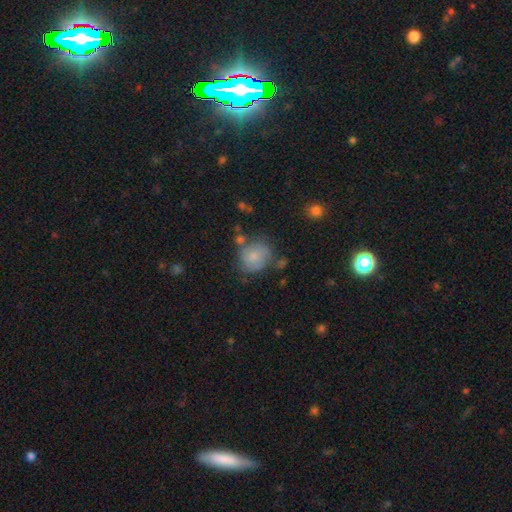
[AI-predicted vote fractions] Q: Smooth or featured?
A: smooth (70%); runner-up: featured or disk (21%)
Q: How rounded?
A: round (74%); runner-up: in between (26%)
Q: Merging?
A: none (54%); runner-up: minor disturbance (25%)